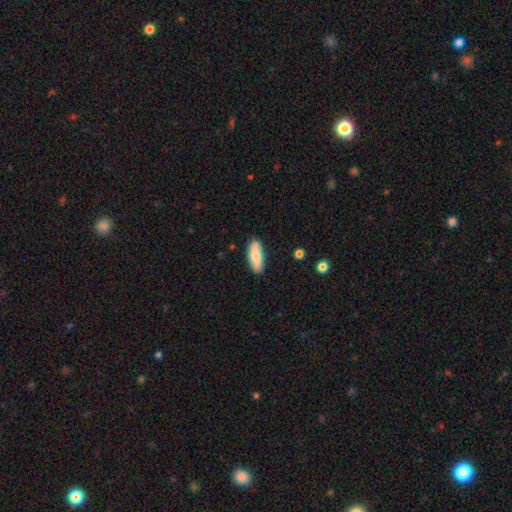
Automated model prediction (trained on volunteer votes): Morphology: type=smooth (75%); roundness=in between (63%); merging=none (85%).